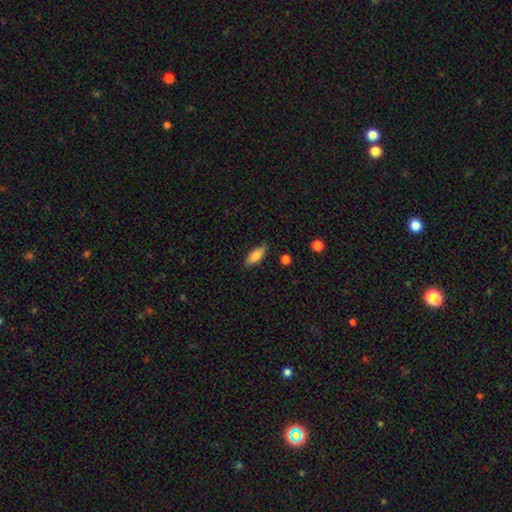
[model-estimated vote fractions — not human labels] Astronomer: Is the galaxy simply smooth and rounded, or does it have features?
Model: smooth — 81%.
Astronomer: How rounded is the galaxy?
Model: in between — 74%.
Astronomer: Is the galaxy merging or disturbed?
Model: none — 80%.